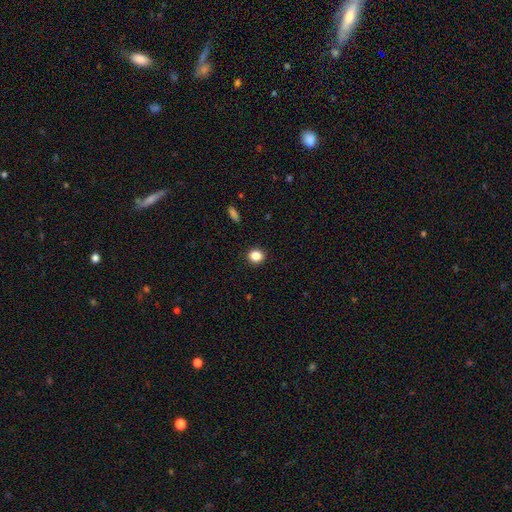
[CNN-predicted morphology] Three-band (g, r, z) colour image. It shows a smooth galaxy with no disk features (85%) that is round (80%). Merging: none (91%).